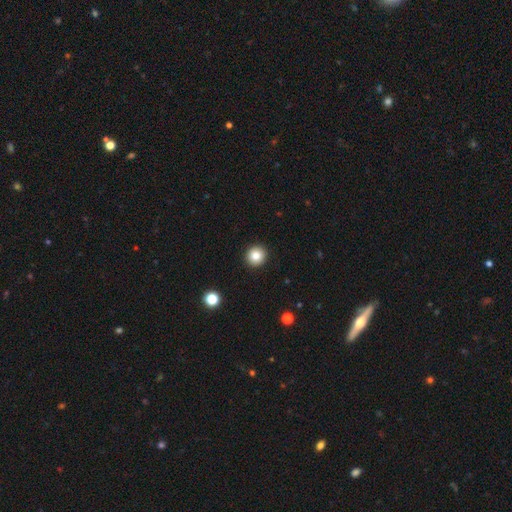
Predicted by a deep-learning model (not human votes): Morphology: type=smooth (83%); roundness=round (94%); merging=none (93%).